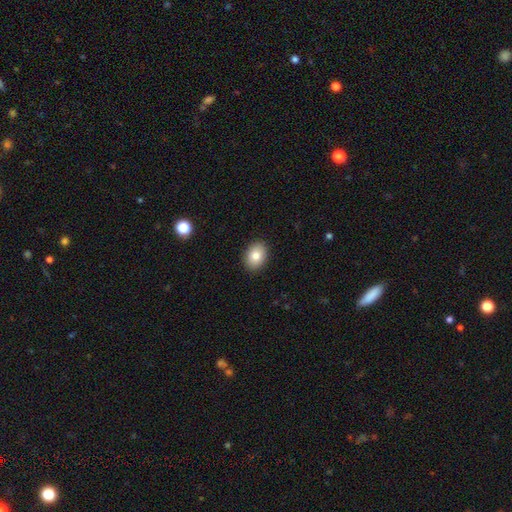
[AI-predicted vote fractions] A smooth galaxy with no disk features (82%) that is in between round and cigar-shaped (69%). Merging: none (90%).